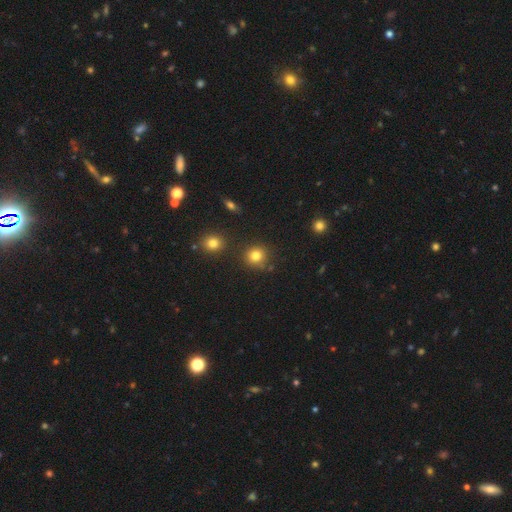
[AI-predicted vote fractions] Smooth or featured: smooth — 82% (star or artifact — 12%)
How rounded: round — 89% (in between — 10%)
Merging: none — 81% (minor disturbance — 10%)